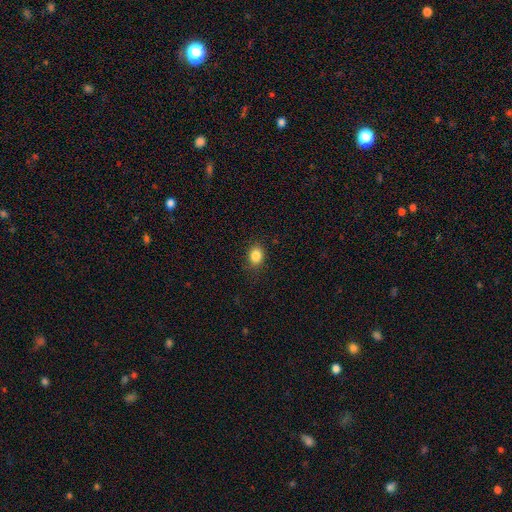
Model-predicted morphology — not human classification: This appears to be a smooth galaxy with no disk features (85%) that is in between round and cigar-shaped (54%). Merging: none (85%).